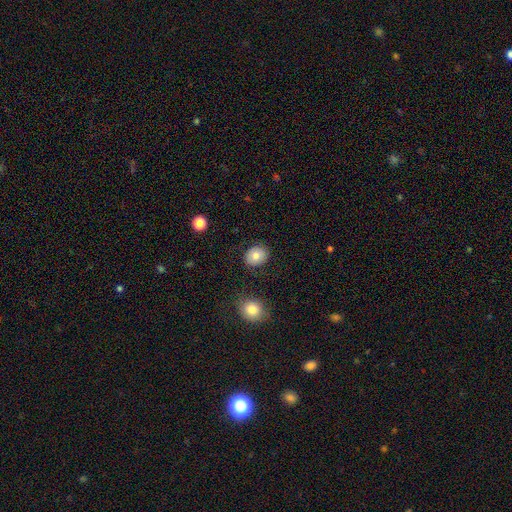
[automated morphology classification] Overall: smooth (80%). How rounded: round (59%; in between 40%). Merging: none (85%).